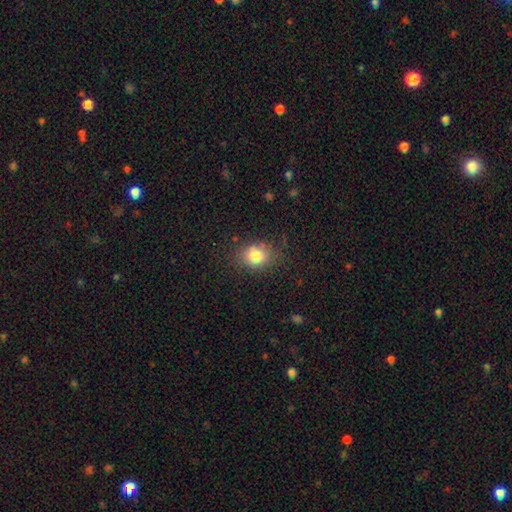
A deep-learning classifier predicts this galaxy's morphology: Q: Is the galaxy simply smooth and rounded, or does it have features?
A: smooth — 79%.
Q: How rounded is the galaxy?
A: round — 54%.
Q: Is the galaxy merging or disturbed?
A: none — 75%.